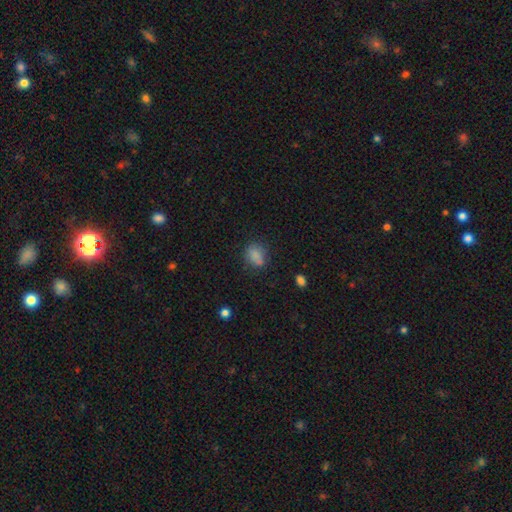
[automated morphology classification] smooth 81%, star or artifact 11%, featured or disk 8%. Down the decision tree: how rounded — in between (63%); merging — none (65%).